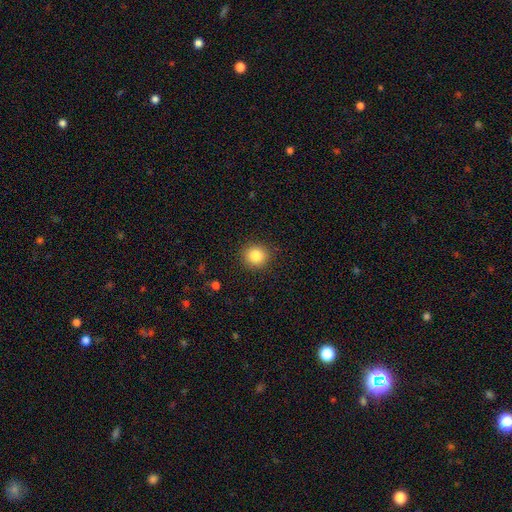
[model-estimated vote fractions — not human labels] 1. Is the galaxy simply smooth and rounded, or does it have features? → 85% smooth, 10% star or artifact, 5% featured or disk.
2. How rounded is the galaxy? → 89% round, 10% in between, 1% cigar-shaped.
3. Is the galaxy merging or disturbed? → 90% none, 7% minor disturbance, 2% major disturbance, 1% merger.